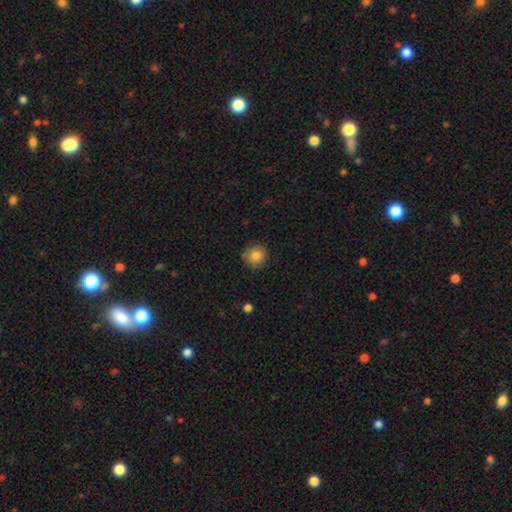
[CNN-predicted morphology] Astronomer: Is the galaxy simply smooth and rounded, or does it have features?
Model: smooth — 83%.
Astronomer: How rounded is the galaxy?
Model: round — 90%.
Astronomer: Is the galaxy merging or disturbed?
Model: none — 80%.